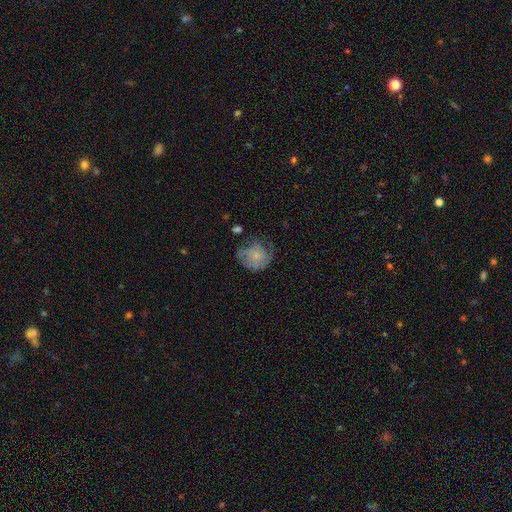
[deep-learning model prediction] smooth 51%, featured or disk 41%, star or artifact 8%. Down the decision tree: how rounded — round (72%); merging — none (43%).